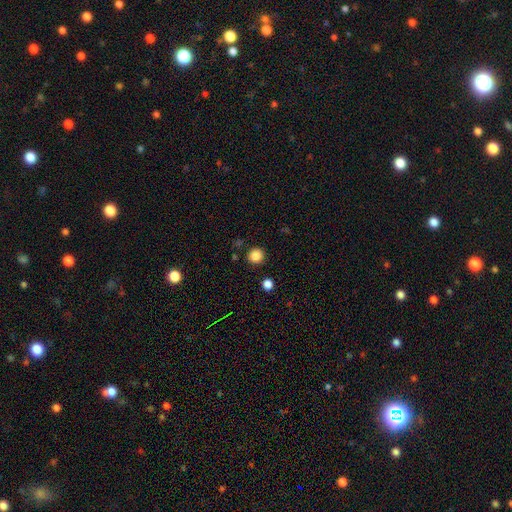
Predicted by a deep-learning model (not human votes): Overall: smooth (86%). How rounded: round (94%). Merging: none (90%).